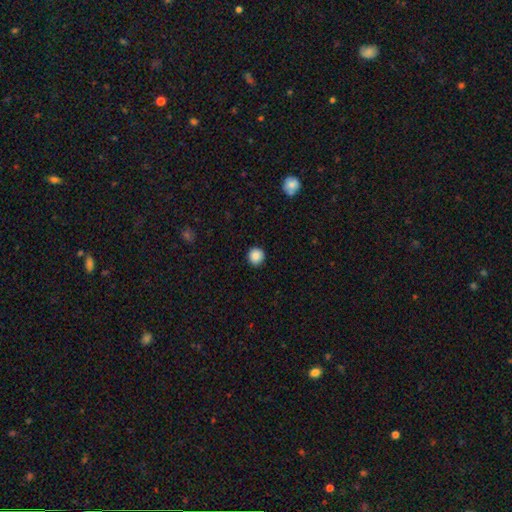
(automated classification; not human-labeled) Q: Smooth or featured?
A: smooth (88%); runner-up: star or artifact (9%)
Q: How rounded?
A: round (94%); runner-up: in between (5%)
Q: Merging?
A: none (92%); runner-up: minor disturbance (5%)